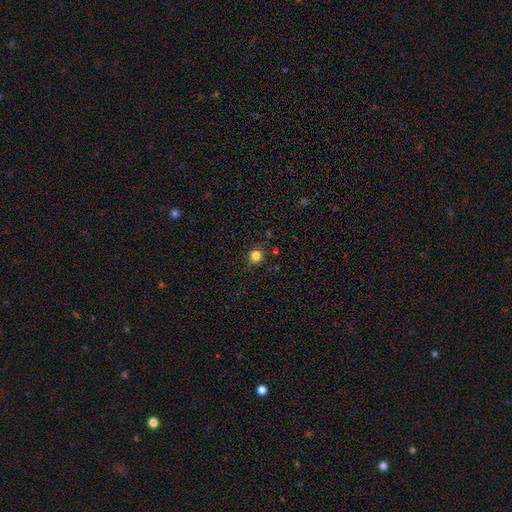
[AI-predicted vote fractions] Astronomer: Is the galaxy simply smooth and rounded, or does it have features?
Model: smooth — 83%.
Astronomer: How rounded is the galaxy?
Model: round — 90%.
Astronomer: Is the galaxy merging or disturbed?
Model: none — 88%.